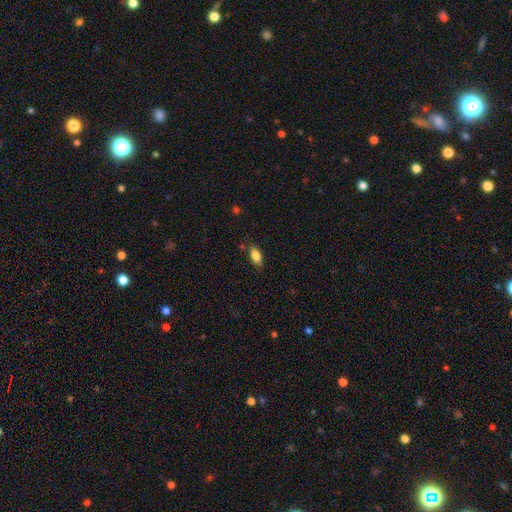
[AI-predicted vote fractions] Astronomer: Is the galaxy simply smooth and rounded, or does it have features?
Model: smooth — 83%.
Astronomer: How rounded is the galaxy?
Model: in between — 88%.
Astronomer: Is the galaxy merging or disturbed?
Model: none — 81%.